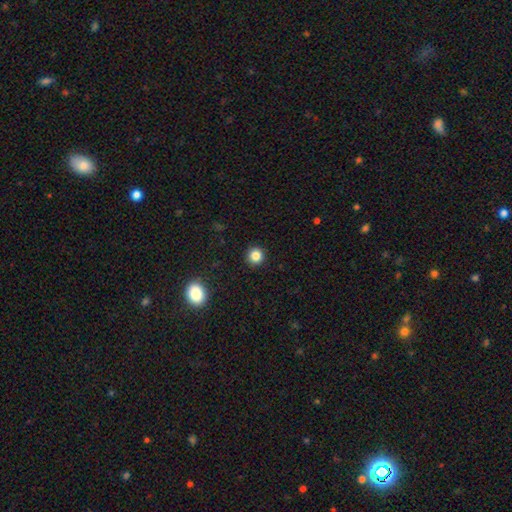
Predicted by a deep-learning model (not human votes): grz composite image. It shows a smooth galaxy with no disk features (84%) that is round (94%). Merging: none (92%).